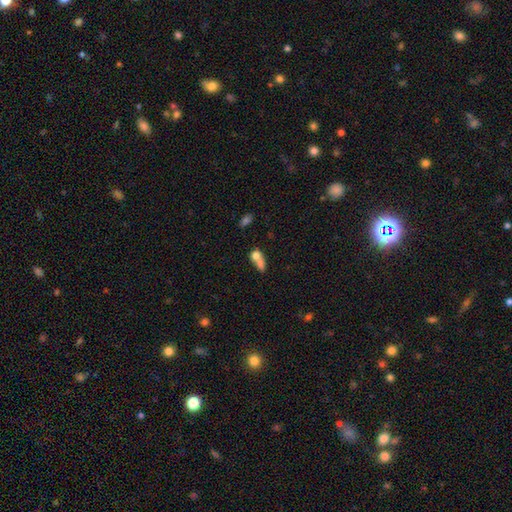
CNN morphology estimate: A smooth galaxy with no disk features (69%) that is in between round and cigar-shaped (54%).

Vote fractions:
- Smooth or featured? smooth: 69% / featured or disk: 20% / star or artifact: 11%
- How rounded? in between: 54% / round: 35% / cigar-shaped: 11%
- Merging? merger: 59% / none: 22% / minor disturbance: 10% / major disturbance: 9%